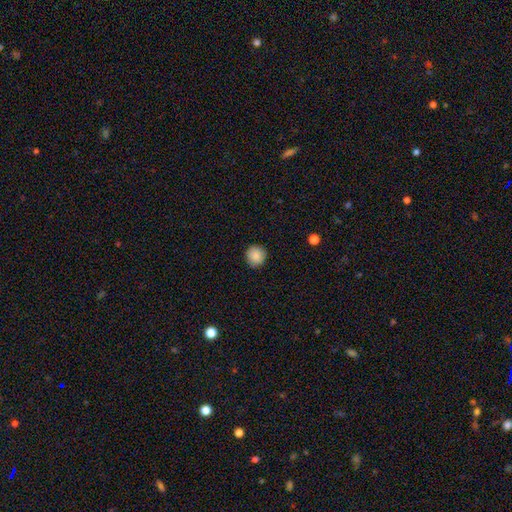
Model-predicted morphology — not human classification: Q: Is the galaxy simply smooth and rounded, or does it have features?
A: smooth — 87%.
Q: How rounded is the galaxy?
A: round — 94%.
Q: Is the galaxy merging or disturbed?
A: none — 91%.